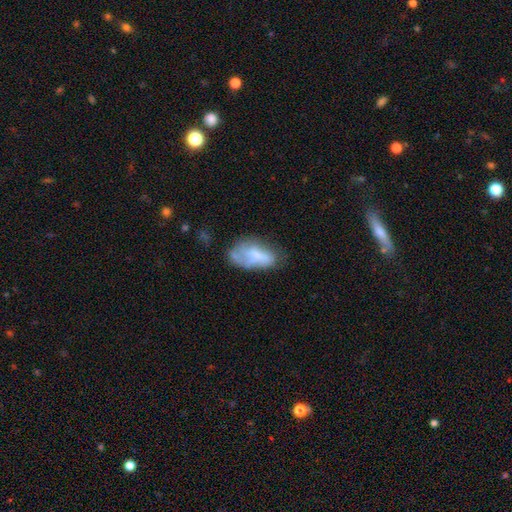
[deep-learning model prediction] The model was most divided on "merging": none: 41%, minor disturbance: 32%, major disturbance: 21%, merger: 6%. More confident: how rounded — in between (90%); smooth or featured — smooth (57%).